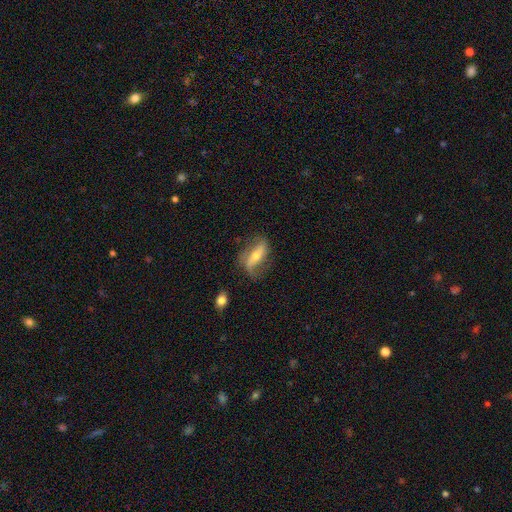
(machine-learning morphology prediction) Q: Smooth or featured?
A: featured or disk (68%); runner-up: smooth (25%)
Q: Edge-on disk?
A: no (78%); runner-up: yes (22%)
Q: Bar?
A: strong (53%); runner-up: weak (24%)
Q: Spiral arms?
A: yes (83%); runner-up: no (17%)
Q: Bulge size?
A: small (48%); runner-up: moderate (44%)
Q: Merging?
A: none (64%); runner-up: minor disturbance (22%)